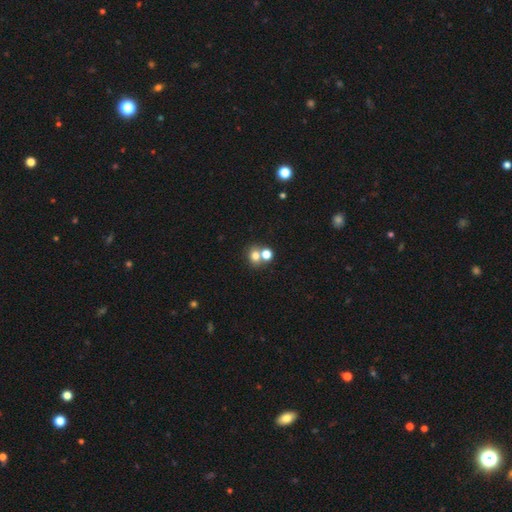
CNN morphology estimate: This appears to be a smooth galaxy with no disk features (73%) that is round (69%). Merging: merger (46%).